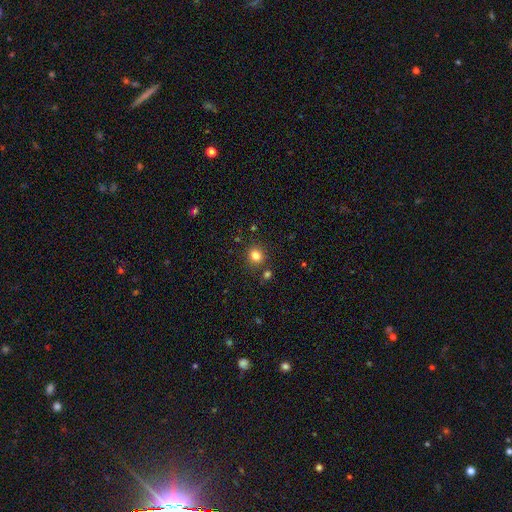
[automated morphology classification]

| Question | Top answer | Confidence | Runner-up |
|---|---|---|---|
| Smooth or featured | smooth | 80% | star or artifact (14%) |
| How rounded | round | 85% | in between (14%) |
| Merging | none | 84% | minor disturbance (8%) |